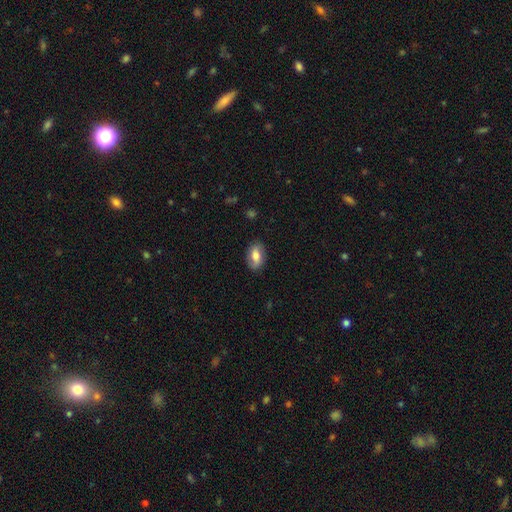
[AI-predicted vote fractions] This appears to be a smooth galaxy with no disk features (63%) that is in between round and cigar-shaped (89%). Merging: none (82%).